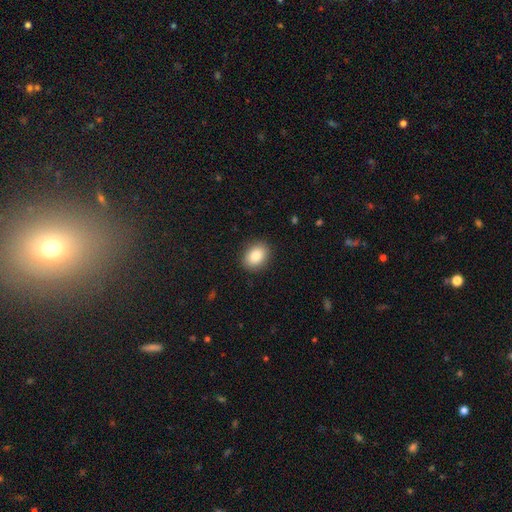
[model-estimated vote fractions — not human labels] A smooth galaxy with no disk features (86%) that is in between round and cigar-shaped (68%).

Vote fractions:
- Smooth or featured? smooth: 86% / star or artifact: 8% / featured or disk: 7%
- How rounded? in between: 68% / round: 31% / cigar-shaped: 1%
- Merging? none: 89% / minor disturbance: 8% / major disturbance: 2% / merger: 1%